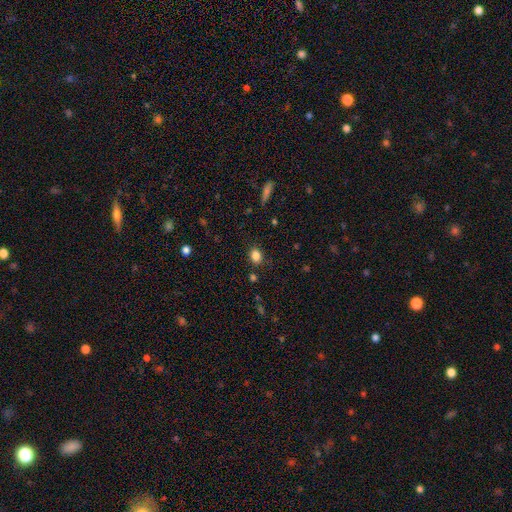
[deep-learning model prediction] Smooth or featured: smooth — 84% (star or artifact — 11%)
How rounded: in between — 59% (round — 40%)
Merging: none — 84% (minor disturbance — 11%)